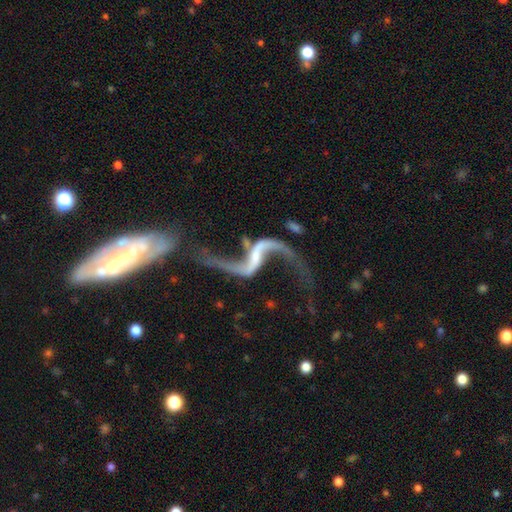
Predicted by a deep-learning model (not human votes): A featured or disk galaxy (92%) with a weak bar (39%), 2 (94%) loose (95%) spiral arms (96%) and a small central bulge (53%).

Vote fractions:
- Smooth or featured? featured or disk: 92% / star or artifact: 5% / smooth: 3%
- Edge-on disk? no: 95% / yes: 5%
- Bar? weak: 39% / strong: 38% / no: 23%
- Spiral arms? yes: 96% / no: 4%
- Spiral winding? loose: 95% / medium: 4% / tight: 2%
- Spiral arm count? 2: 94% / 1: 2% / can't tell: 1% / 3: 1% / 4: 1% / more than 4: 1%
- Bulge size? small: 53% / none: 25% / moderate: 17% / large: 3% / dominant: 2%
- Merging? none: 54% / major disturbance: 18% / minor disturbance: 15% / merger: 12%